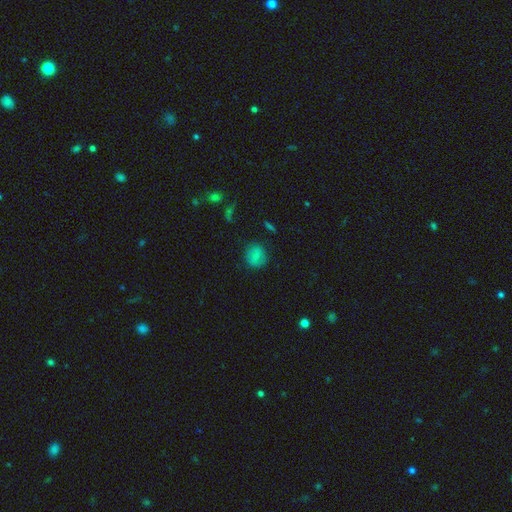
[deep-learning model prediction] Smooth or featured?
  - smooth: 74% *
  - featured or disk: 15%
  - star or artifact: 11%
How rounded?
  - round: 75% *
  - in between: 23%
  - cigar-shaped: 1%
Merging?
  - none: 82% *
  - minor disturbance: 13%
  - major disturbance: 4%
  - merger: 2%